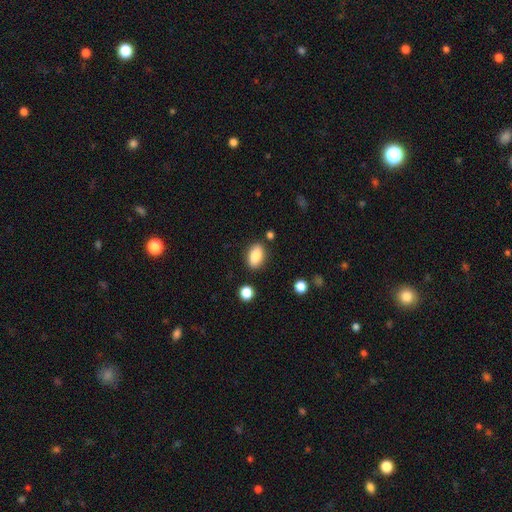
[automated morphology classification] This is clearly a smooth galaxy (85%). How rounded: clearly in between (89%). Merging: clearly none (82%).